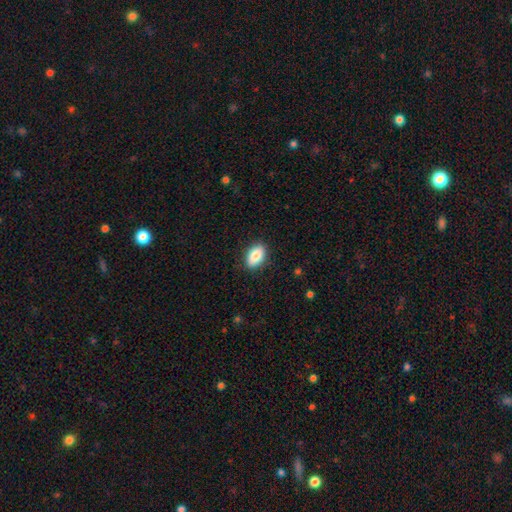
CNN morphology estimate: A smooth galaxy with no disk features (85%) that is in between round and cigar-shaped (89%).

Vote fractions:
- Smooth or featured? smooth: 85% / featured or disk: 8% / star or artifact: 7%
- How rounded? in between: 89% / round: 9% / cigar-shaped: 3%
- Merging? none: 86% / minor disturbance: 10% / major disturbance: 2% / merger: 1%